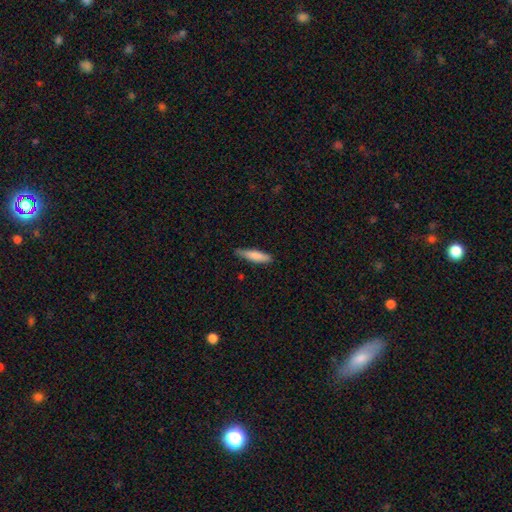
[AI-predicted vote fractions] Smooth or featured: smooth — 81% (featured or disk — 13%)
How rounded: cigar-shaped — 75% (in between — 23%)
Merging: none — 74% (minor disturbance — 21%)